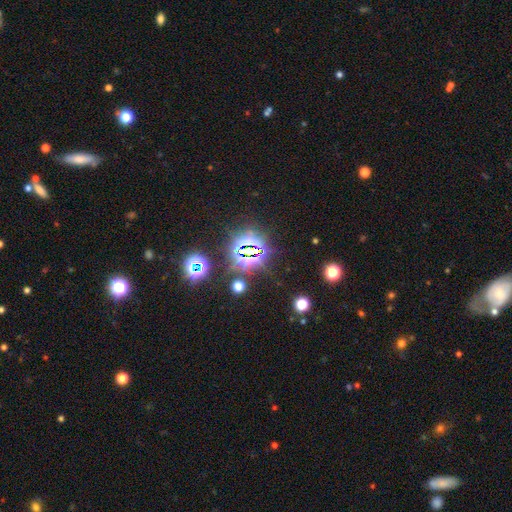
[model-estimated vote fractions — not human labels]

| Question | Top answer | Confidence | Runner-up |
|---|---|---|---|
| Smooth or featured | star or artifact | 80% | smooth (12%) |